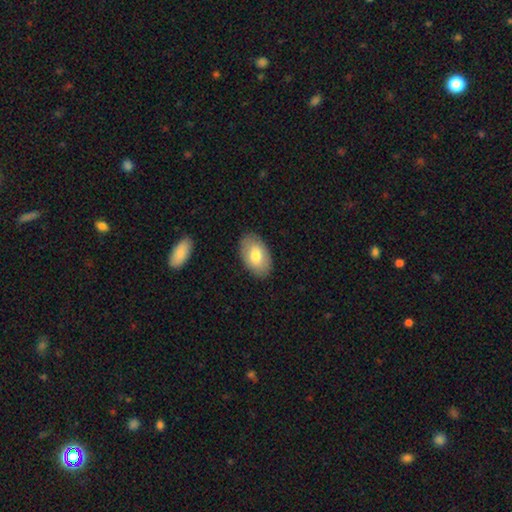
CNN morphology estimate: type=smooth (76%); roundness=in between (92%); merging=none (86%).